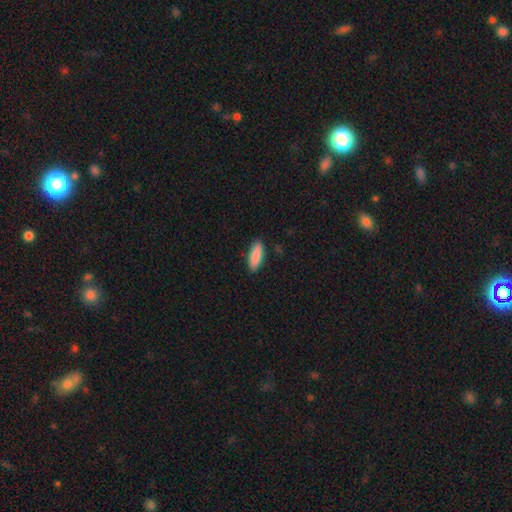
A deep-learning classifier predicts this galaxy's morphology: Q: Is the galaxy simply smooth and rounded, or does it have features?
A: smooth — 88%.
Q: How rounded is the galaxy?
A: in between — 61%.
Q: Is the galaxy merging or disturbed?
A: none — 89%.